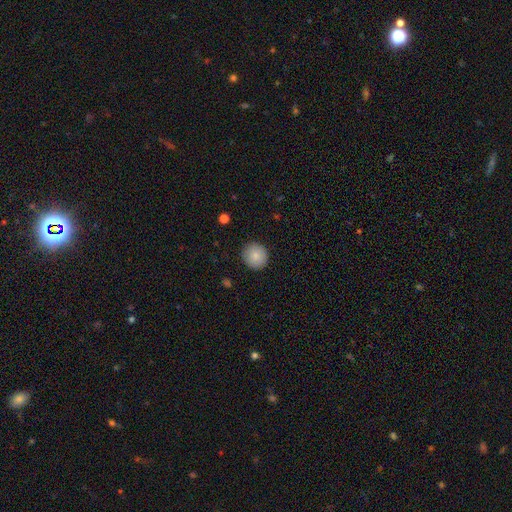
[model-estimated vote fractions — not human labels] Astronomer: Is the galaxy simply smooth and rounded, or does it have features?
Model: smooth — 84%.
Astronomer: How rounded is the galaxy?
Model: round — 92%.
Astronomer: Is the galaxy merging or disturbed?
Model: none — 90%.